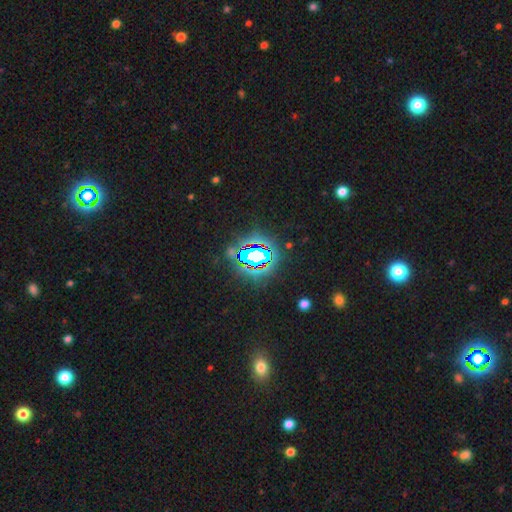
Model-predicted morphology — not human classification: This appears to be a star or artifact, not a galaxy (74%).